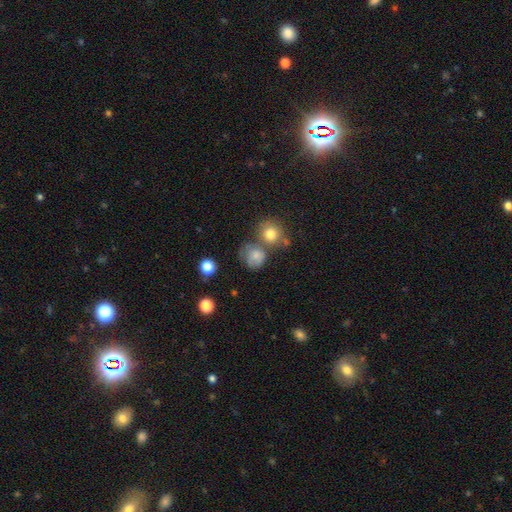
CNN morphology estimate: A smooth galaxy with no disk features (71%) that is round (78%).

Vote fractions:
- Smooth or featured? smooth: 71% / featured or disk: 17% / star or artifact: 12%
- How rounded? round: 78% / in between: 21% / cigar-shaped: 1%
- Merging? none: 43% / merger: 23% / minor disturbance: 22% / major disturbance: 12%